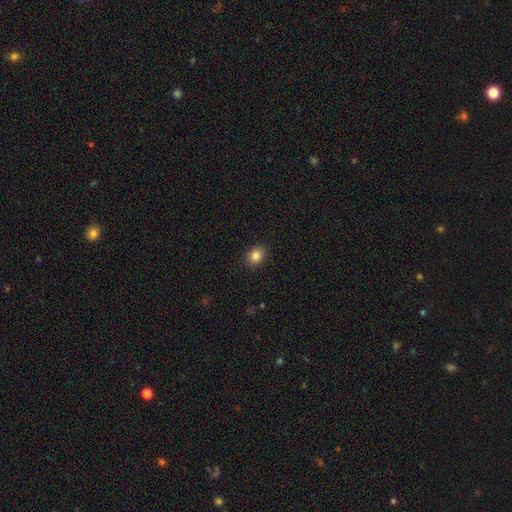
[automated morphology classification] This appears to be a smooth galaxy with no disk features (84%) that is round (59%). Merging: none (90%).